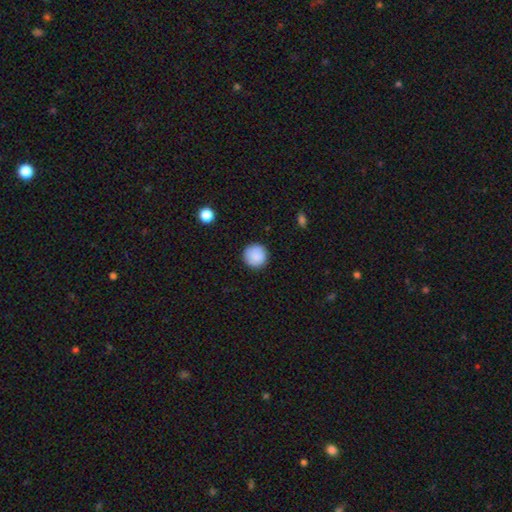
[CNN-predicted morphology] A smooth galaxy with no disk features (89%) that is round (96%).

Vote fractions:
- Smooth or featured? smooth: 89% / star or artifact: 8% / featured or disk: 3%
- How rounded? round: 96% / in between: 3% / cigar-shaped: 1%
- Merging? none: 91% / minor disturbance: 6% / major disturbance: 2% / merger: 1%